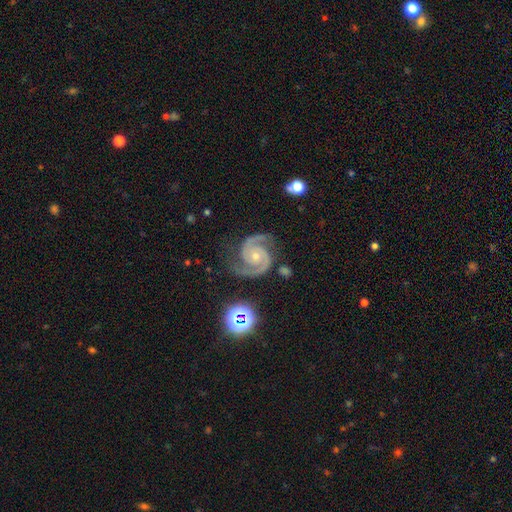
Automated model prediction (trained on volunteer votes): smooth-or-featured: featured or disk: 93% | star or artifact: 5% | smooth: 2%
  disk-edge-on: no: 98% | yes: 2%
    bar: no: 71% | weak: 22% | strong: 7%
    has-spiral-arms: yes: 99% | no: 1%
      spiral-winding: medium: 50% | tight: 44% | loose: 6%
      spiral-arm-count: 2: 92% | 3: 3% | can't tell: 1% | 1: 1% | 4: 1% | more than 4: 1%
    bulge-size: small: 59% | moderate: 37% | none: 2% | large: 1% | dominant: 1%
  merging: none: 78% | minor disturbance: 15% | major disturbance: 5% | merger: 2%